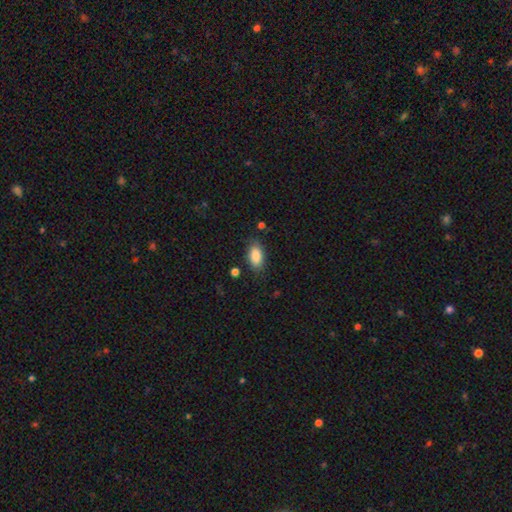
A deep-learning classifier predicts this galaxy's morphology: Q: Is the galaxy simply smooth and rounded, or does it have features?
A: smooth — 86%.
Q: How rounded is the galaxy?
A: in between — 91%.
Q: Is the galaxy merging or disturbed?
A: none — 81%.